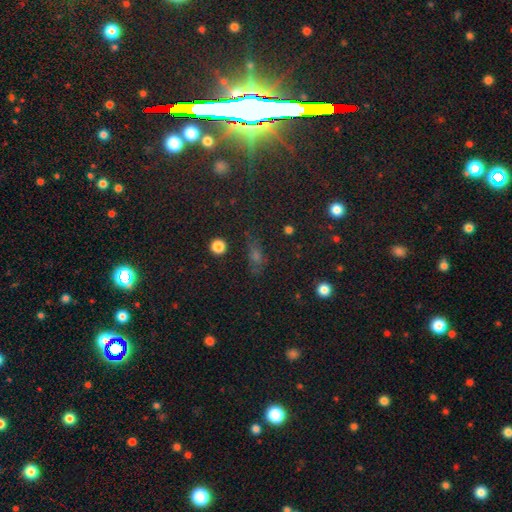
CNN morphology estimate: A smooth galaxy with no disk features (44%).

Vote fractions:
- Smooth or featured? smooth: 44% / star or artifact: 38% / featured or disk: 18%
- Merging? none: 67% / minor disturbance: 18% / major disturbance: 11% / merger: 4%